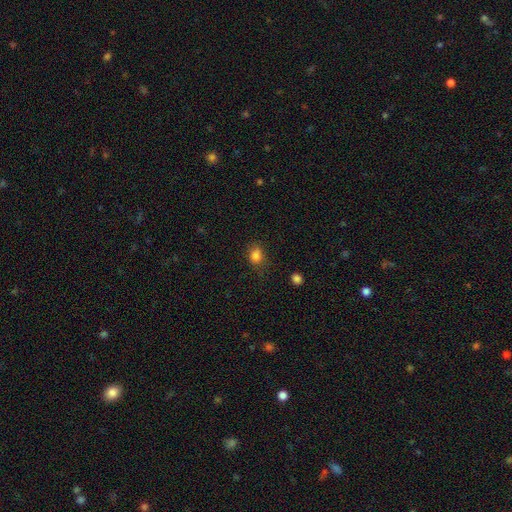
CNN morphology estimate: Smooth or featured: smooth — 82% (star or artifact — 13%)
How rounded: round — 50% (in between — 49%)
Merging: none — 68% (minor disturbance — 22%)